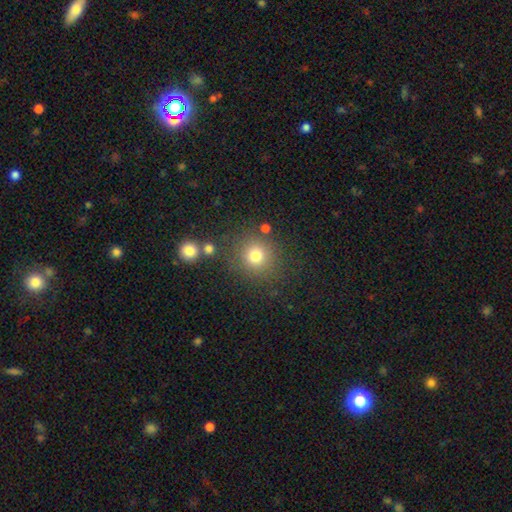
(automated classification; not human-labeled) The model was most divided on "smooth or featured": smooth: 78%, star or artifact: 15%, featured or disk: 8%. More confident: how rounded — round (90%); merging — none (80%).